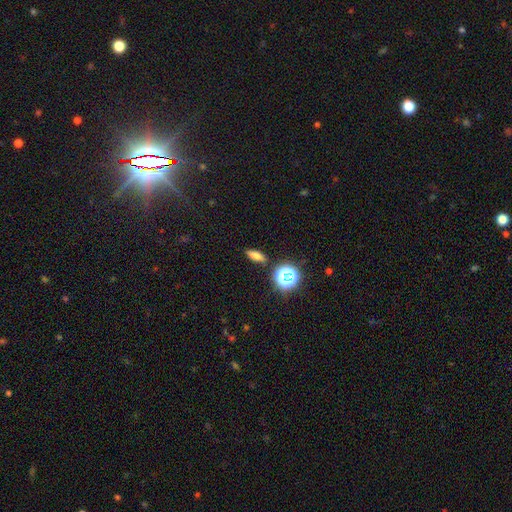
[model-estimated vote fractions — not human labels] Smooth or featured: smooth — 67% (star or artifact — 19%)
How rounded: in between — 59% (cigar-shaped — 30%)
Merging: none — 86% (minor disturbance — 9%)